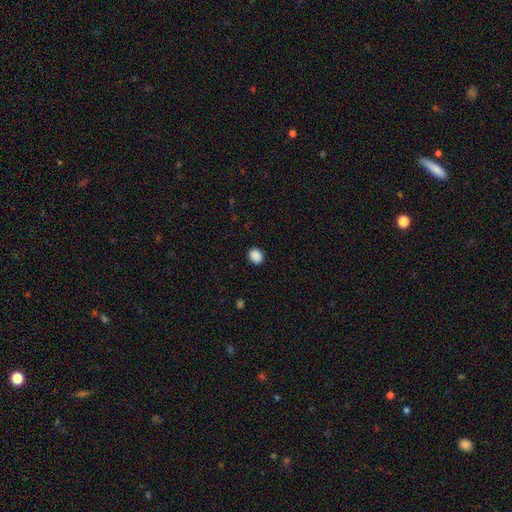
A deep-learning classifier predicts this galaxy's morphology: Smooth or featured?
  - smooth: 89% *
  - star or artifact: 9%
  - featured or disk: 2%
How rounded?
  - round: 65% *
  - in between: 34%
  - cigar-shaped: 1%
Merging?
  - none: 90% *
  - minor disturbance: 7%
  - major disturbance: 2%
  - merger: 1%